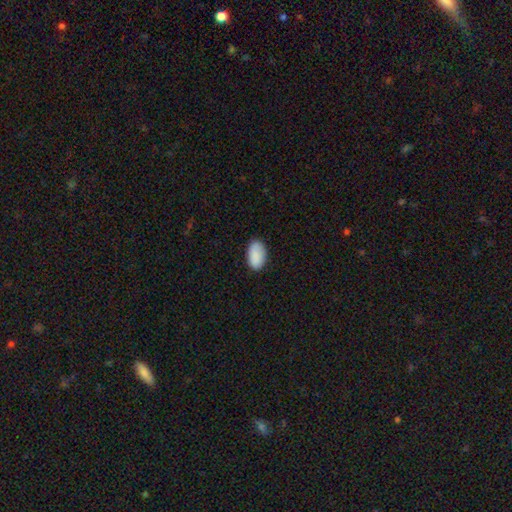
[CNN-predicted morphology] smooth 89%, star or artifact 6%, featured or disk 4%. Down the decision tree: how rounded — in between (94%); merging — none (83%).